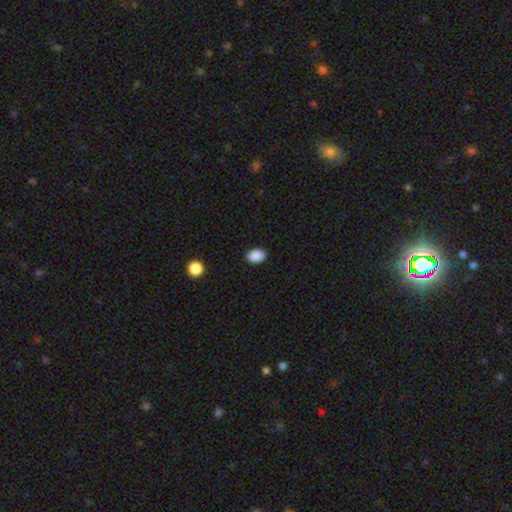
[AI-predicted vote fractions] smooth_or_featured: smooth (p=0.89) [alt: star or artifact p=0.09]
how_rounded: in between (p=0.79) [alt: round p=0.20]
merging: none (p=0.90) [alt: minor disturbance p=0.07]